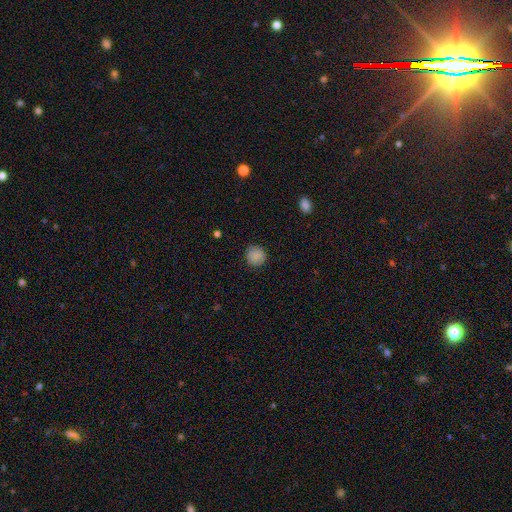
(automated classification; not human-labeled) This appears to be a smooth galaxy with no disk features (85%) that is round (92%). Merging: none (88%).